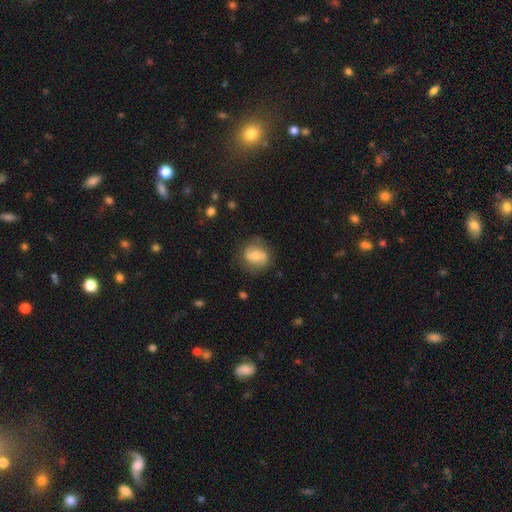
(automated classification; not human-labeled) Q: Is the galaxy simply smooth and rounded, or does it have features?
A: featured or disk — 58%.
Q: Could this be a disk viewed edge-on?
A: no — 96%.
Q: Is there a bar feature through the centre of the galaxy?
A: weak — 42%.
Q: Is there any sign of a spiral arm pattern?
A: yes — 83%.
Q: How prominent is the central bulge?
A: moderate — 62%.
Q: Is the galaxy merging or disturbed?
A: none — 79%.